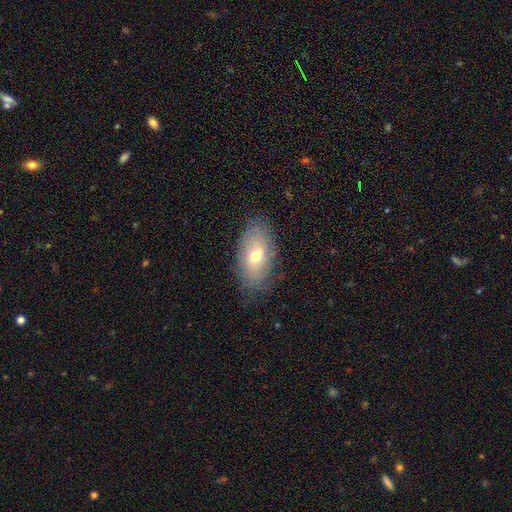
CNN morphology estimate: Smooth or featured? smooth (51%)
How rounded? in between (91%)
Merging? none (78%)